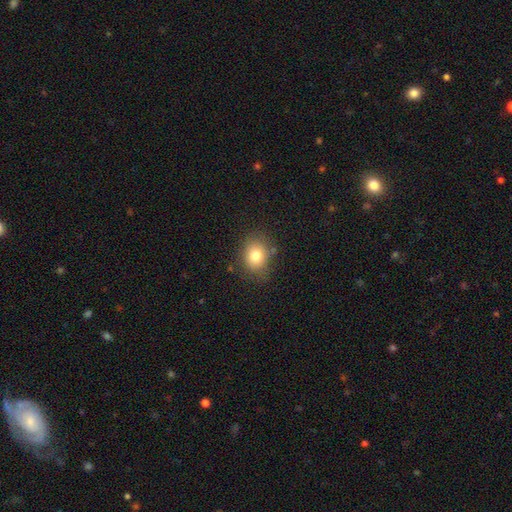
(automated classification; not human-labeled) Q: Smooth or featured?
A: smooth (78%); runner-up: star or artifact (11%)
Q: How rounded?
A: round (54%); runner-up: in between (45%)
Q: Merging?
A: none (77%); runner-up: minor disturbance (16%)